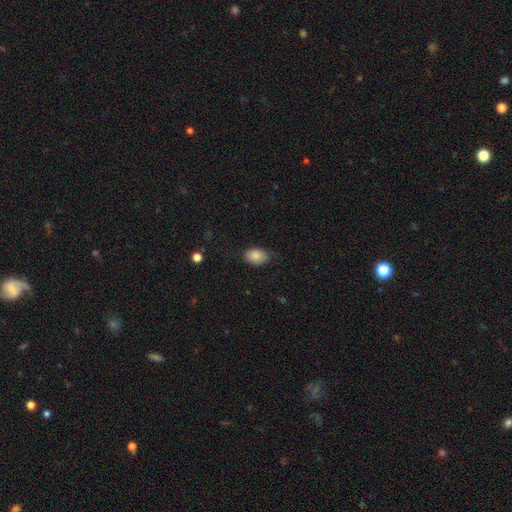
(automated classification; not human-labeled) smooth-or-featured: smooth: 86% | star or artifact: 7% | featured or disk: 7%
  how-rounded: in between: 83% | round: 16% | cigar-shaped: 1%
  merging: none: 74% | minor disturbance: 21% | major disturbance: 5% | merger: 1%